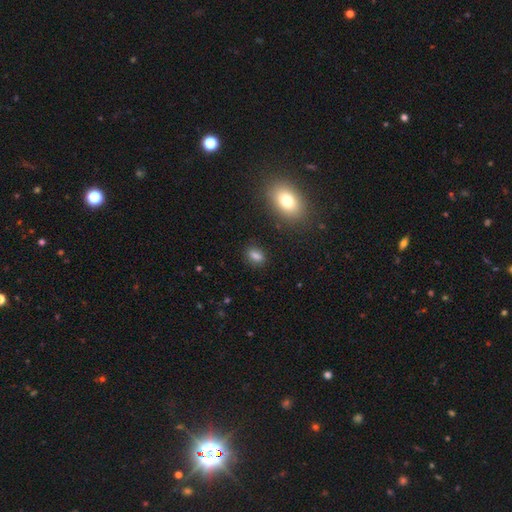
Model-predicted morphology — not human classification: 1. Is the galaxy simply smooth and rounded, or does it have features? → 80% smooth, 12% star or artifact, 7% featured or disk.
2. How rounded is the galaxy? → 78% in between, 18% round, 4% cigar-shaped.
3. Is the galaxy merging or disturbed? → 80% none, 12% minor disturbance, 4% merger, 3% major disturbance.